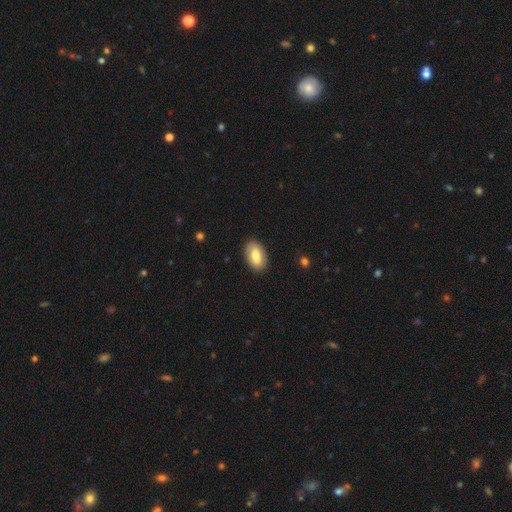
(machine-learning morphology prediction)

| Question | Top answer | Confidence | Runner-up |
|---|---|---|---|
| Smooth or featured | smooth | 74% | featured or disk (19%) |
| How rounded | in between | 93% | round (5%) |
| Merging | none | 86% | minor disturbance (10%) |